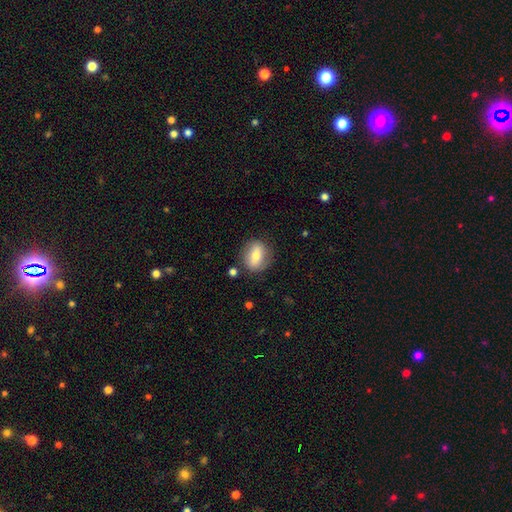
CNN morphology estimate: Q: Smooth or featured?
A: smooth (64%); runner-up: featured or disk (29%)
Q: How rounded?
A: in between (49%); runner-up: round (47%)
Q: Merging?
A: none (80%); runner-up: minor disturbance (13%)